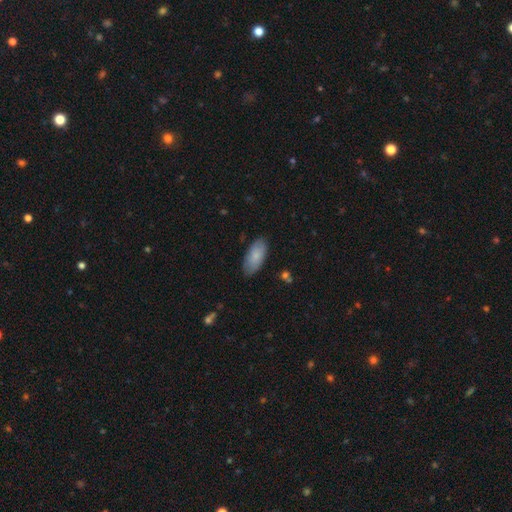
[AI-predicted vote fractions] smooth 83%, featured or disk 12%, star or artifact 6%. Down the decision tree: how rounded — in between (91%); merging — none (83%).